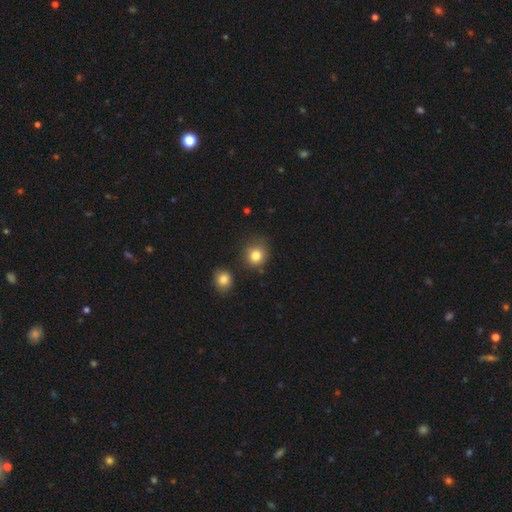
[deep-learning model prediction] Smooth or featured? Predicted: smooth (p=0.82). How rounded? Predicted: round (p=0.82). Merging? Predicted: none (p=0.76).